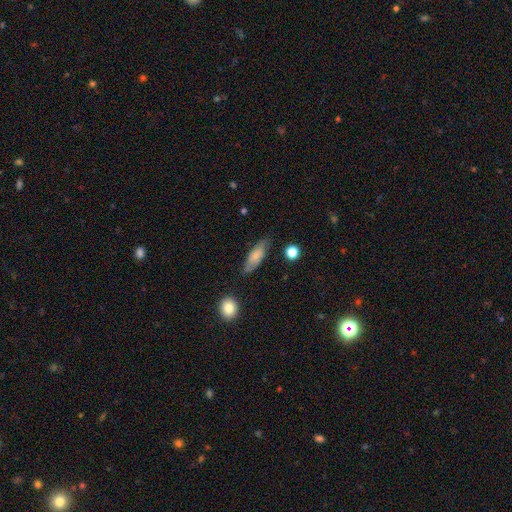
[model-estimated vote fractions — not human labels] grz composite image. It shows a smooth galaxy with no disk features (66%) that is in between round and cigar-shaped (65%). Merging: none (74%).